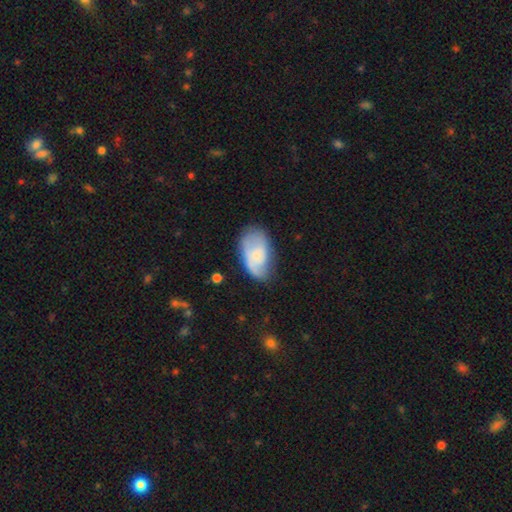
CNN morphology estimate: Smooth or featured? featured or disk (47%)
Merging? none (56%)